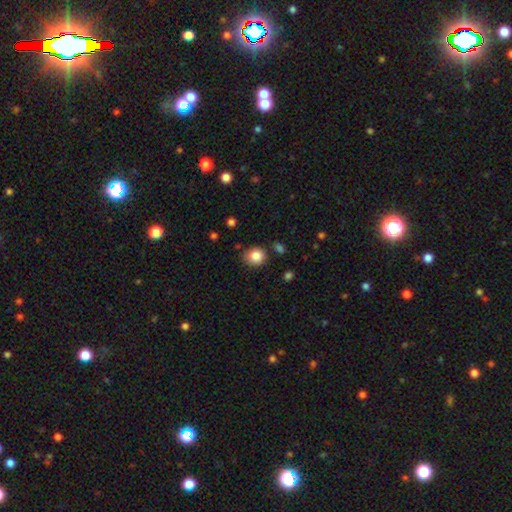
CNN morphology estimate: This is clearly a smooth galaxy (84%). How rounded: likely round (78%). Merging: likely none (80%).